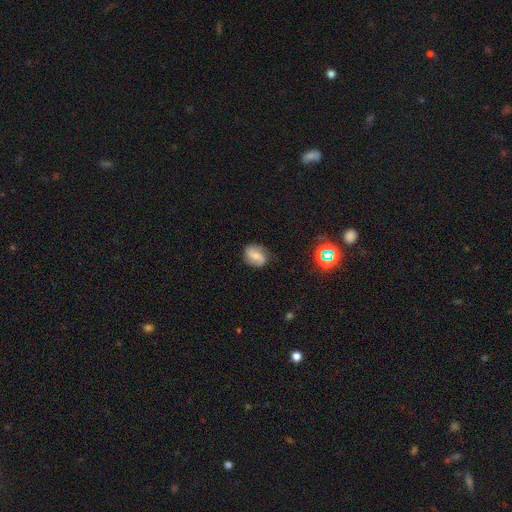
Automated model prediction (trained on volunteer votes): Overall: featured or disk (49%; smooth 41%). Merging: none (77%).